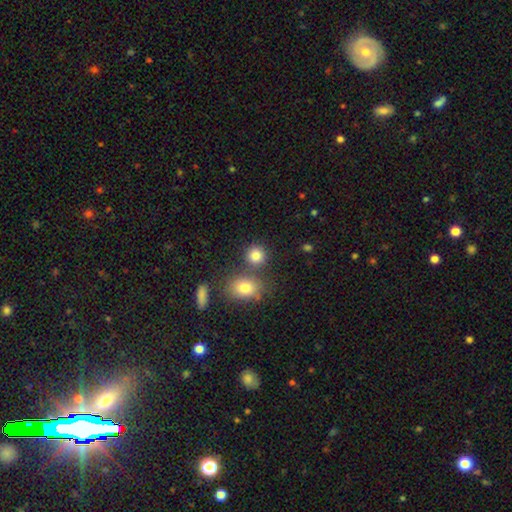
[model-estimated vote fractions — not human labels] smooth-or-featured: smooth: 83% | star or artifact: 11% | featured or disk: 6%
  how-rounded: round: 84% | in between: 14% | cigar-shaped: 1%
  merging: none: 70% | merger: 18% | minor disturbance: 9% | major disturbance: 4%